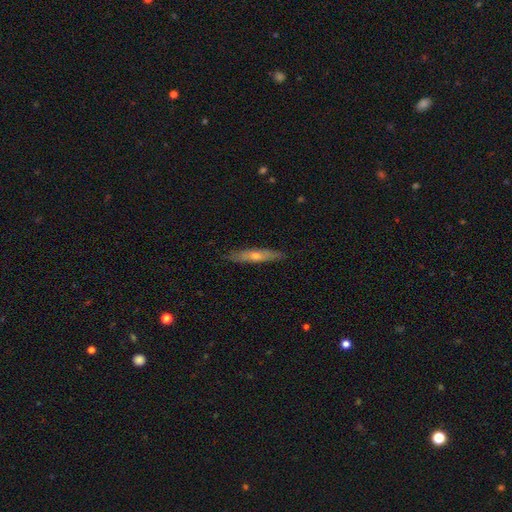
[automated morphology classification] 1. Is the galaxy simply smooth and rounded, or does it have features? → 56% featured or disk, 37% smooth, 6% star or artifact.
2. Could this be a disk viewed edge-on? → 83% yes, 17% no.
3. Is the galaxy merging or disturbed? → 87% none, 10% minor disturbance, 2% major disturbance, 1% merger.